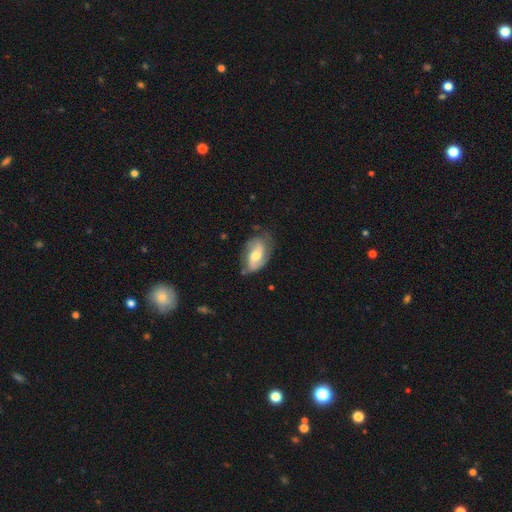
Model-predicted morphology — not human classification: type=featured or disk (68%); edge-on=no (95%); bar=no (45%); spiral arms=yes (88%); winding=medium (42%); arm count=2 (76%); bulge=moderate (64%); merging=none (63%).